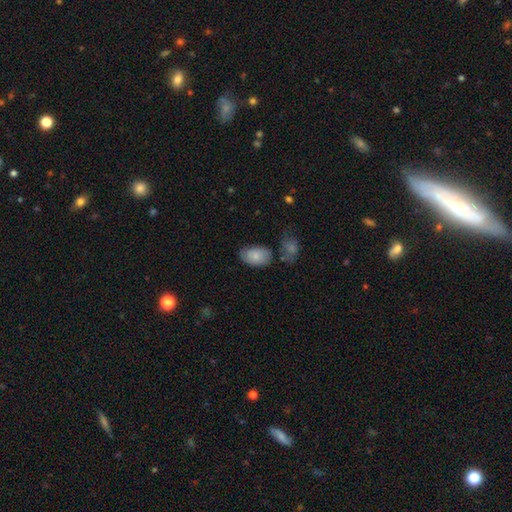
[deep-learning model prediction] Smooth or featured?
  - smooth: 77% *
  - featured or disk: 16%
  - star or artifact: 7%
How rounded?
  - in between: 91% *
  - round: 7%
  - cigar-shaped: 1%
Merging?
  - none: 58% *
  - minor disturbance: 25%
  - merger: 9%
  - major disturbance: 8%